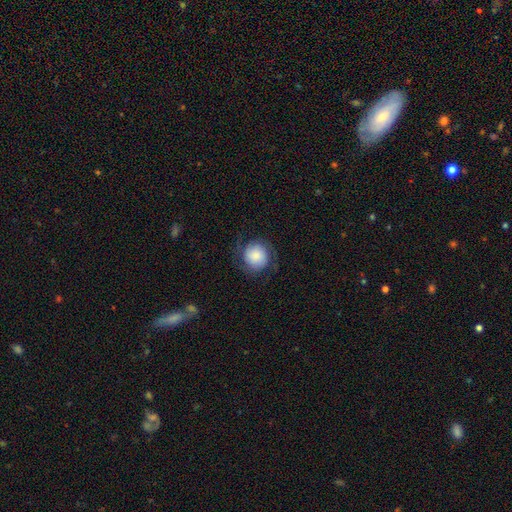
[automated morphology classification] Smooth or featured? smooth (48%)
Merging? none (74%)